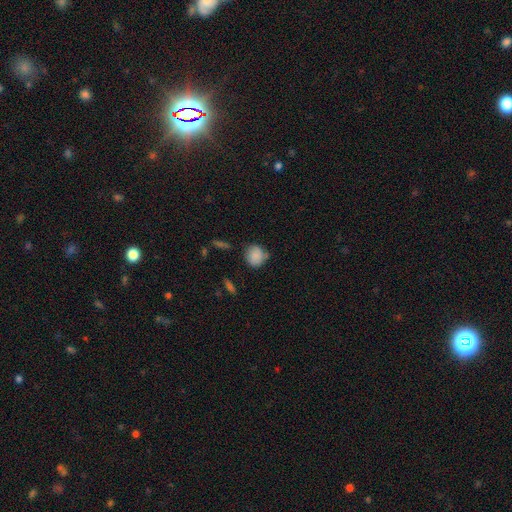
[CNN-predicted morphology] A smooth galaxy with no disk features (83%) that is round (80%).

Vote fractions:
- Smooth or featured? smooth: 83% / featured or disk: 9% / star or artifact: 8%
- How rounded? round: 80% / in between: 19% / cigar-shaped: 1%
- Merging? none: 62% / minor disturbance: 28% / major disturbance: 6% / merger: 5%